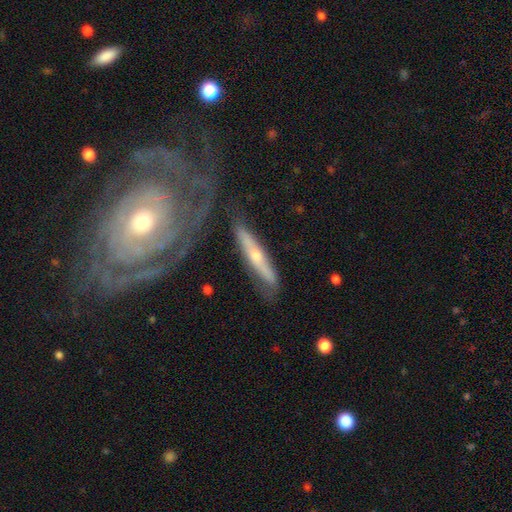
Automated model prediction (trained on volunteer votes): smooth-or-featured: featured or disk: 62% | smooth: 32% | star or artifact: 6%
  disk-edge-on: yes: 78% | no: 22%
  merging: none: 75% | minor disturbance: 15% | major disturbance: 5% | merger: 5%